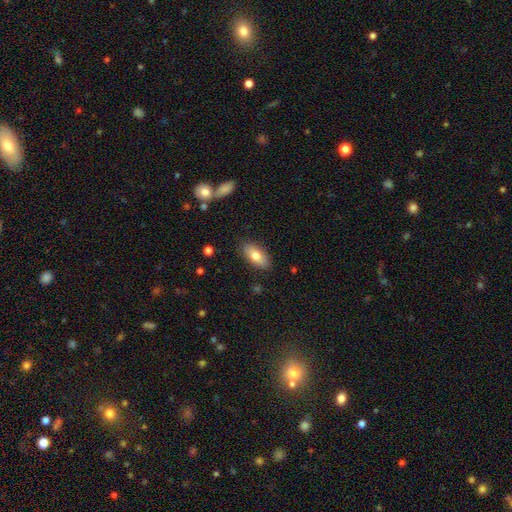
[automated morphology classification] smooth_or_featured: smooth (p=0.76) [alt: featured or disk p=0.17]
how_rounded: in between (p=0.88) [alt: cigar-shaped p=0.08]
merging: none (p=0.86) [alt: minor disturbance p=0.10]